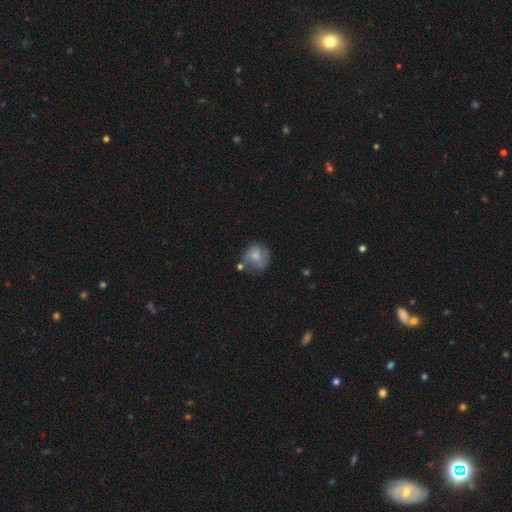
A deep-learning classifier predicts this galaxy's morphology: type=smooth (59%); roundness=round (77%); merging=none (52%).